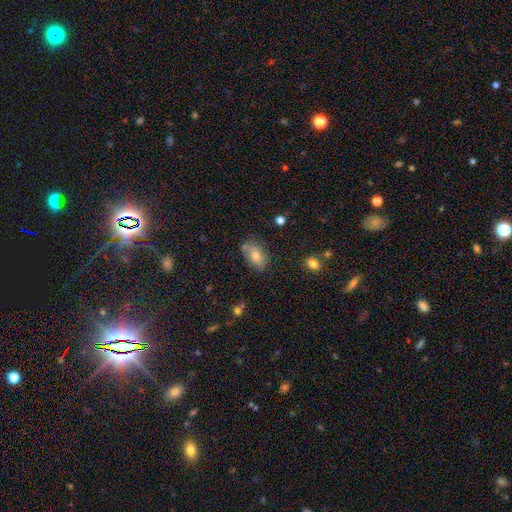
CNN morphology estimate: A smooth galaxy with no disk features (75%) that is in between round and cigar-shaped (88%).

Vote fractions:
- Smooth or featured? smooth: 75% / featured or disk: 14% / star or artifact: 11%
- How rounded? in between: 88% / round: 10% / cigar-shaped: 2%
- Merging? none: 71% / minor disturbance: 17% / merger: 8% / major disturbance: 4%